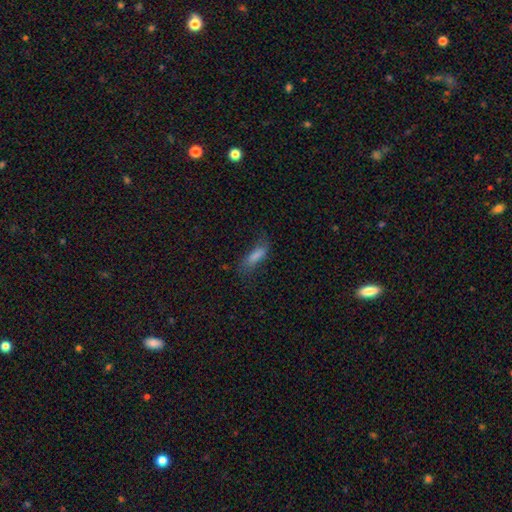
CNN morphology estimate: A smooth galaxy with no disk features (66%) that is cigar-shaped (54%).

Vote fractions:
- Smooth or featured? smooth: 66% / featured or disk: 20% / star or artifact: 14%
- How rounded? cigar-shaped: 54% / in between: 43% / round: 3%
- Merging? none: 58% / minor disturbance: 24% / major disturbance: 15% / merger: 3%